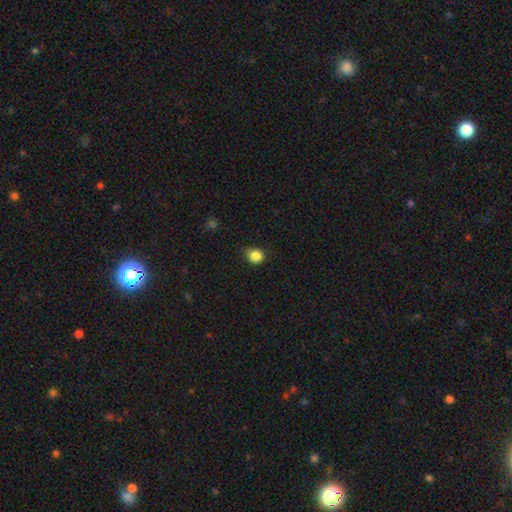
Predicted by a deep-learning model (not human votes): Smooth or featured? Predicted: smooth (p=0.85). How rounded? Predicted: round (p=0.82). Merging? Predicted: none (p=0.70).